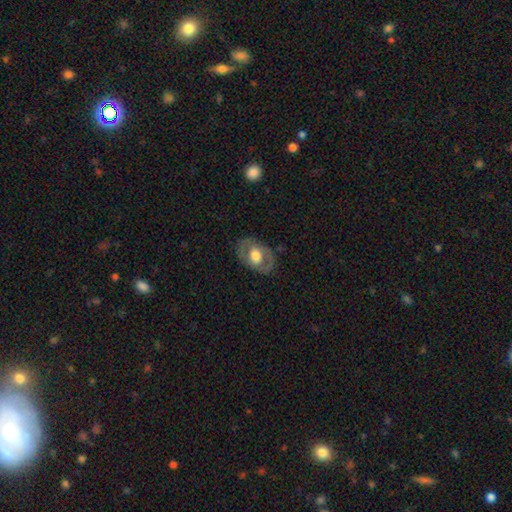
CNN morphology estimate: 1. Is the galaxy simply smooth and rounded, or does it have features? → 48% featured or disk, 46% smooth, 6% star or artifact.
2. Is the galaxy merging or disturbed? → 77% none, 16% minor disturbance, 6% major disturbance, 1% merger.